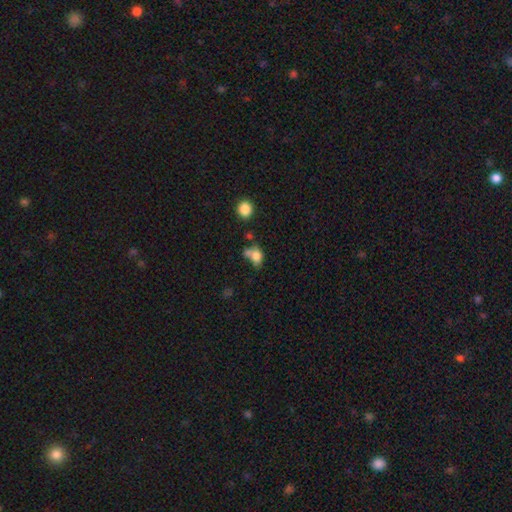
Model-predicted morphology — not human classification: smooth-or-featured: smooth: 76% | featured or disk: 13% | star or artifact: 11%
  how-rounded: in between: 63% | round: 35% | cigar-shaped: 2%
  merging: merger: 36% | none: 34% | minor disturbance: 18% | major disturbance: 11%